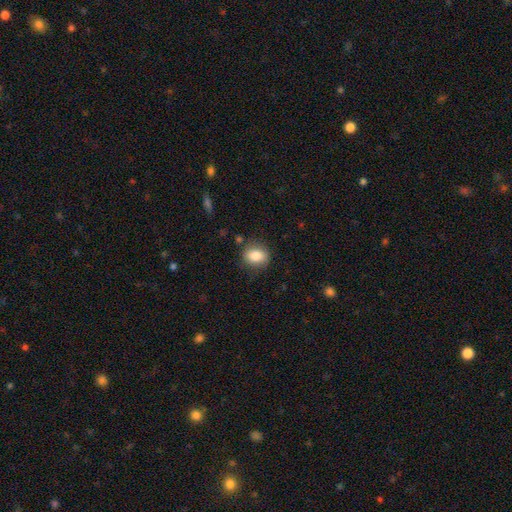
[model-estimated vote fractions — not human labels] smooth 83%, featured or disk 9%, star or artifact 8%. Down the decision tree: how rounded — round (54%); merging — none (80%).